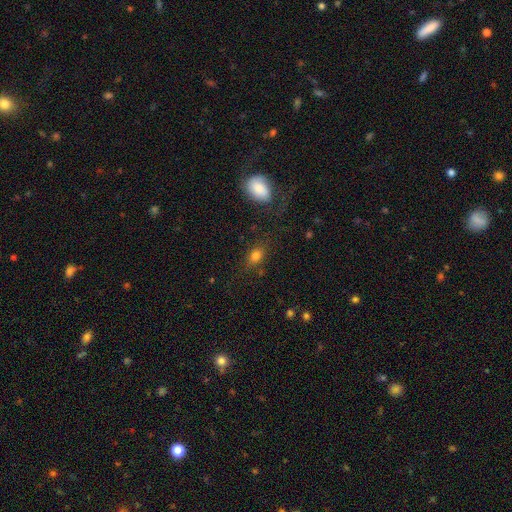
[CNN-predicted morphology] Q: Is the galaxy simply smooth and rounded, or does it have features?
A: smooth — 79%.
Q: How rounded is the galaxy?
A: in between — 76%.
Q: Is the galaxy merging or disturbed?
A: none — 77%.